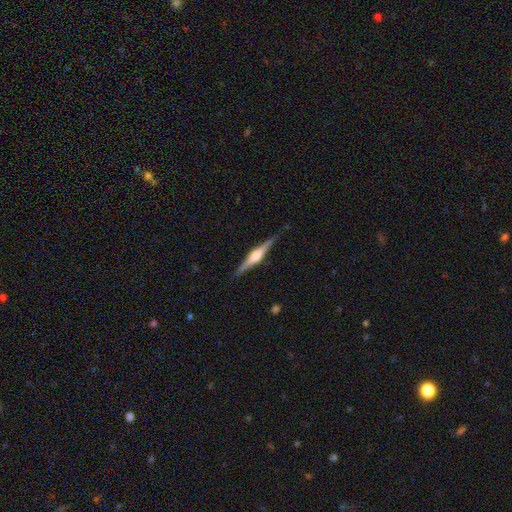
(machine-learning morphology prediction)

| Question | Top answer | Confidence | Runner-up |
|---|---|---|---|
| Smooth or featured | featured or disk | 80% | smooth (15%) |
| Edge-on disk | yes | 98% | no (2%) |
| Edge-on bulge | rounded | 85% | boxy (12%) |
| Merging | none | 88% | minor disturbance (9%) |